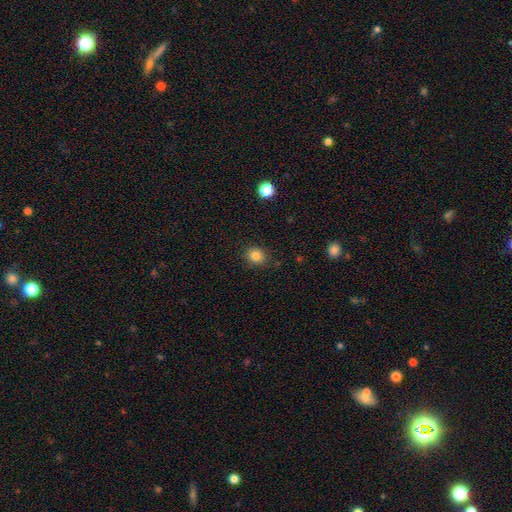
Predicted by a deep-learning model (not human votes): A smooth galaxy with no disk features (83%) that is round (71%).

Vote fractions:
- Smooth or featured? smooth: 83% / star or artifact: 11% / featured or disk: 6%
- How rounded? round: 71% / in between: 28% / cigar-shaped: 1%
- Merging? none: 87% / minor disturbance: 10% / major disturbance: 3% / merger: 1%